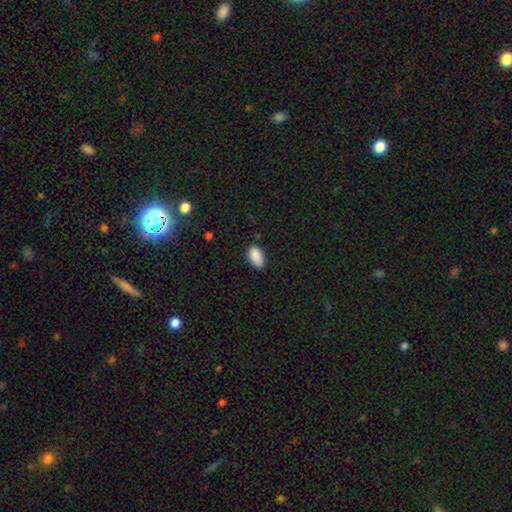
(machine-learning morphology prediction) Overall: smooth (89%). How rounded: in between (94%). Merging: none (77%).